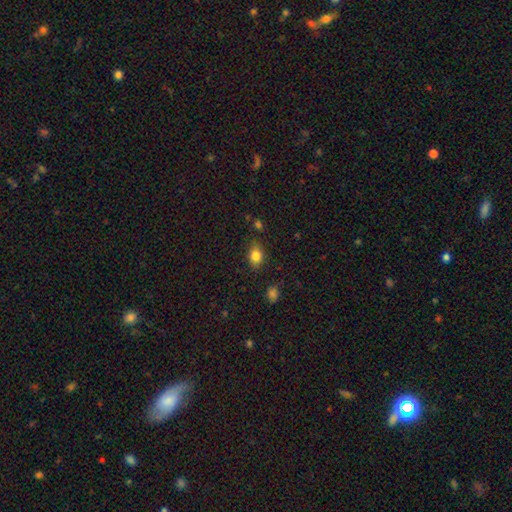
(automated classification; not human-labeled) A smooth galaxy with no disk features (83%) that is in between round and cigar-shaped (65%).

Vote fractions:
- Smooth or featured? smooth: 83% / star or artifact: 10% / featured or disk: 7%
- How rounded? in between: 65% / round: 33% / cigar-shaped: 1%
- Merging? none: 79% / minor disturbance: 16% / major disturbance: 3% / merger: 2%